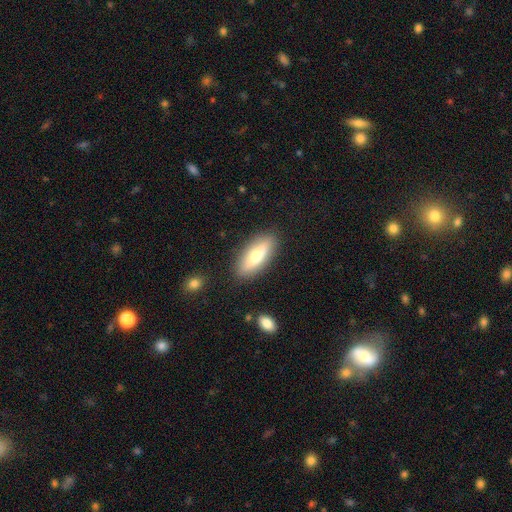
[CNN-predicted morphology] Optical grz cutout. It shows a smooth galaxy with no disk features (60%) that is in between round and cigar-shaped (59%). Merging: none (87%).